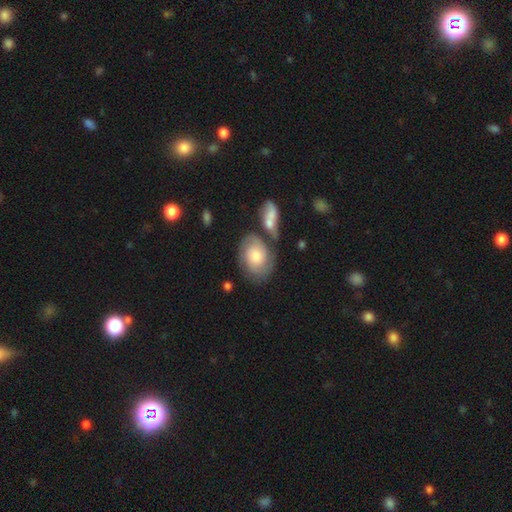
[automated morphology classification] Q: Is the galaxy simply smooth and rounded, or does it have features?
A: featured or disk — 67%.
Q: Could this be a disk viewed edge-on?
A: no — 97%.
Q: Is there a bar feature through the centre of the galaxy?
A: no — 74%.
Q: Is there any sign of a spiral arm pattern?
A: yes — 90%.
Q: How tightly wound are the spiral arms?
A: tight — 54%.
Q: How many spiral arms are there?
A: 2 — 67%.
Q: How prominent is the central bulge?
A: moderate — 49%.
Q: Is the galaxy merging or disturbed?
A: none — 60%.